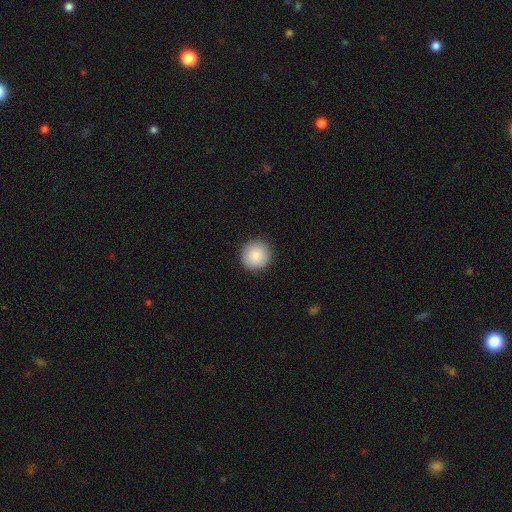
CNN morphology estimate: This appears to be a smooth galaxy with no disk features (88%) that is round (94%). Merging: none (91%).